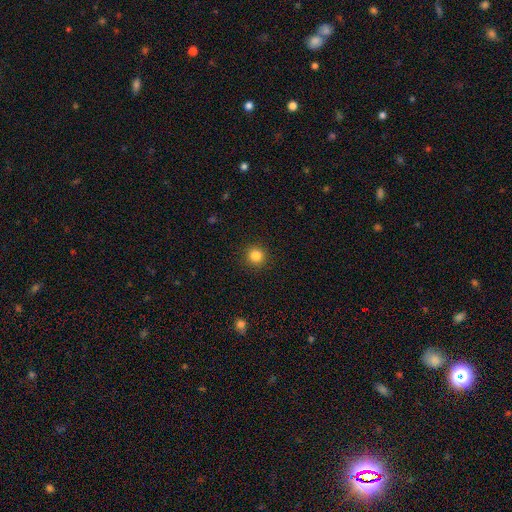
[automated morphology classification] Q: Smooth or featured?
A: smooth (84%); runner-up: star or artifact (12%)
Q: How rounded?
A: round (95%); runner-up: in between (4%)
Q: Merging?
A: none (92%); runner-up: minor disturbance (5%)